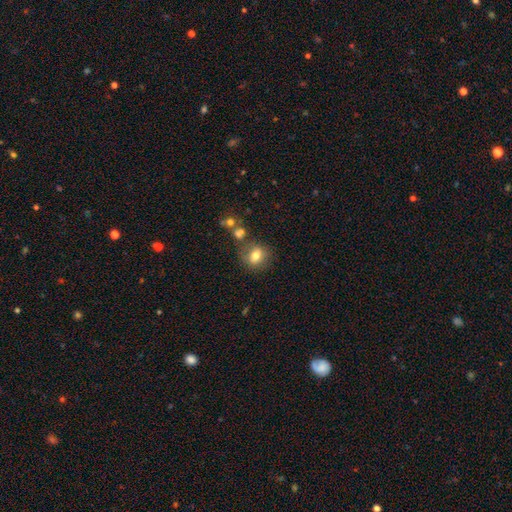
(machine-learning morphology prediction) Smooth or featured?
  - smooth: 76% *
  - featured or disk: 13%
  - star or artifact: 11%
How rounded?
  - round: 62% *
  - in between: 36%
  - cigar-shaped: 1%
Merging?
  - none: 70% *
  - minor disturbance: 14%
  - merger: 11%
  - major disturbance: 5%